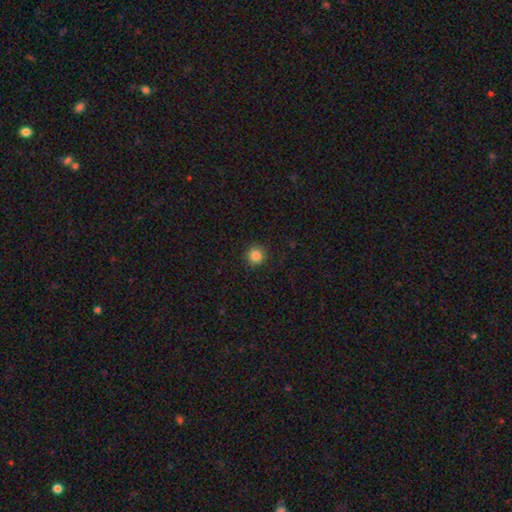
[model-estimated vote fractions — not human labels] smooth 83%, star or artifact 11%, featured or disk 5%. Down the decision tree: how rounded — round (95%); merging — none (92%).